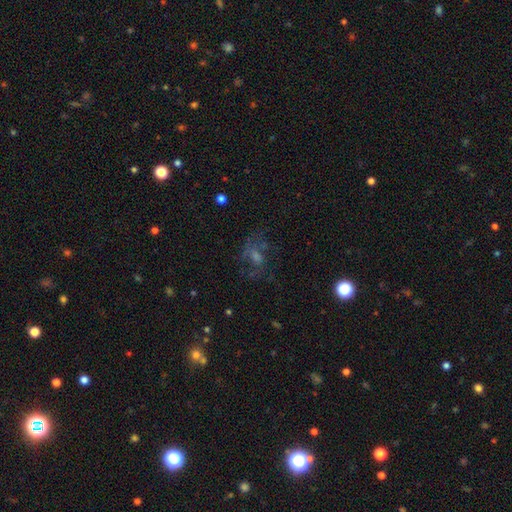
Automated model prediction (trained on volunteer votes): Smooth or featured? featured or disk (42%)
Merging? none (55%)